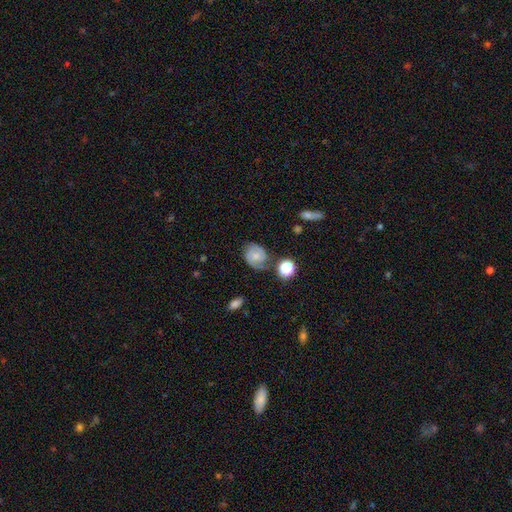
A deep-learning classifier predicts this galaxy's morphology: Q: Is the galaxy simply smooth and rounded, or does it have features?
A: featured or disk — 73%.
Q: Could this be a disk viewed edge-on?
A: no — 98%.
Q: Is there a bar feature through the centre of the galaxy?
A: no — 66%.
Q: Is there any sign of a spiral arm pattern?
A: yes — 95%.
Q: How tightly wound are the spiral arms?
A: tight — 47%.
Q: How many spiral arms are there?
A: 2 — 83%.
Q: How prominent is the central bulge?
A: small — 49%.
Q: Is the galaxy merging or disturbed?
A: none — 70%.